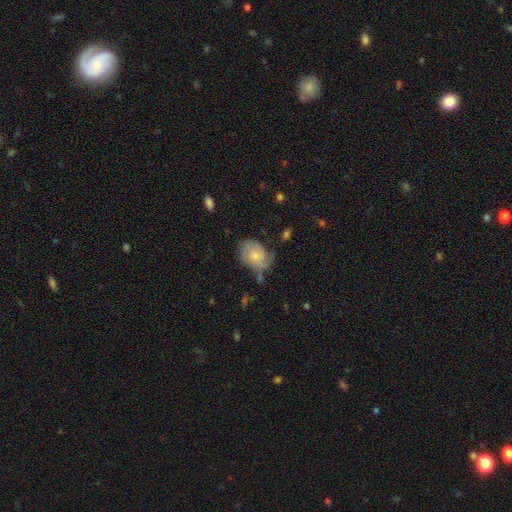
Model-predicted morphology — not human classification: Smooth or featured: featured or disk — 62% (smooth — 31%)
Edge-on disk: no — 97% (yes — 3%)
Bar: no — 68% (weak — 28%)
Spiral arms: yes — 88% (no — 12%)
Spiral winding: tight — 46% (medium — 39%)
Spiral arm count: 2 — 60% (can't tell — 20%)
Bulge size: small — 50% (moderate — 36%)
Merging: none — 51% (minor disturbance — 29%)